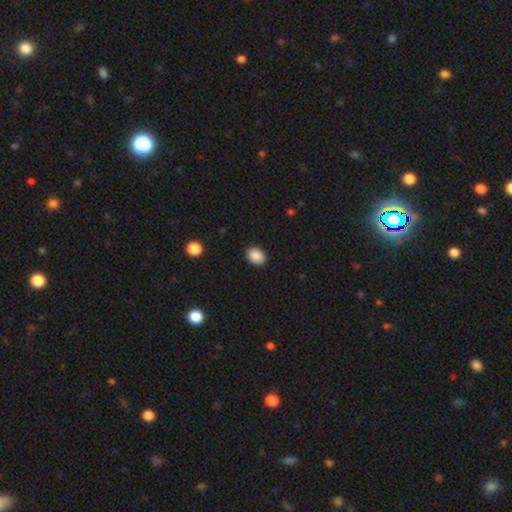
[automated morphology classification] smooth-or-featured: smooth: 89% | star or artifact: 8% | featured or disk: 3%
  how-rounded: in between: 58% | round: 41% | cigar-shaped: 1%
  merging: none: 89% | minor disturbance: 8% | major disturbance: 2% | merger: 1%